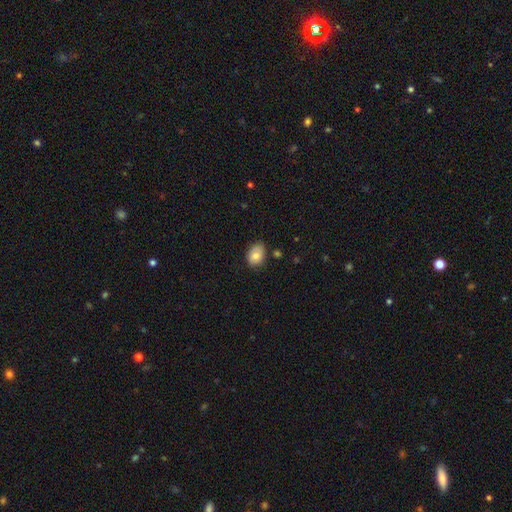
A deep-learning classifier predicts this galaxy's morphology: smooth 78%, featured or disk 14%, star or artifact 8%. Down the decision tree: how rounded — in between (72%); merging — none (75%).